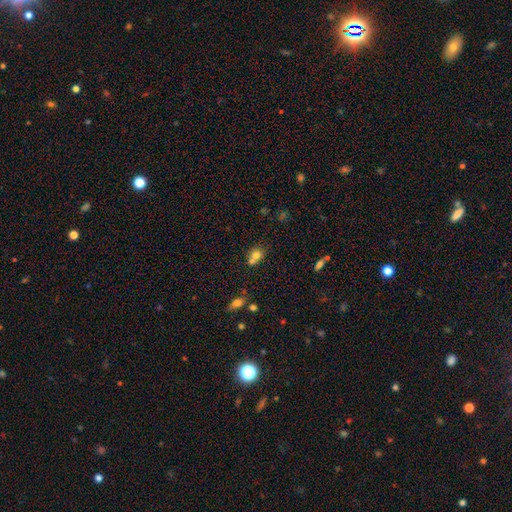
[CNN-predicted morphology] This appears to be a smooth galaxy with no disk features (74%) that is round (68%). Merging: merger (48%).